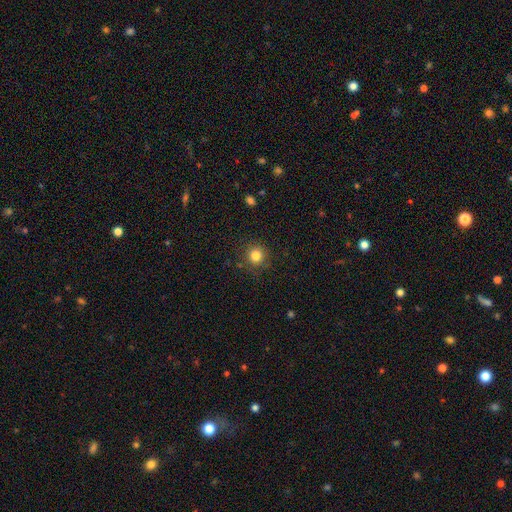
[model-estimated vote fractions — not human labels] smooth-or-featured: smooth: 82% | star or artifact: 12% | featured or disk: 6%
  how-rounded: round: 93% | in between: 7% | cigar-shaped: 1%
  merging: none: 87% | minor disturbance: 9% | major disturbance: 3% | merger: 1%